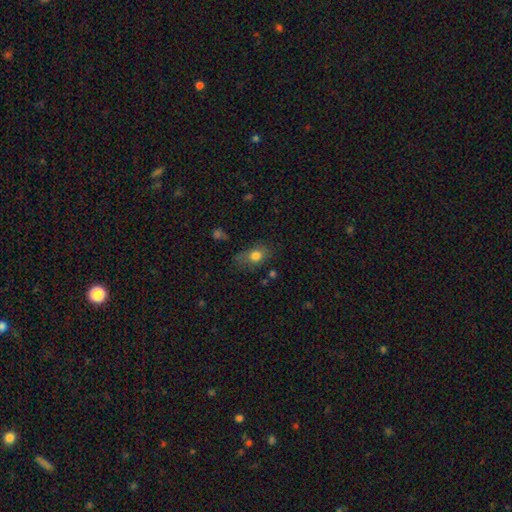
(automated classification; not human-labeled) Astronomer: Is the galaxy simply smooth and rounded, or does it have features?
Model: smooth — 78%.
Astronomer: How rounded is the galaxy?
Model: in between — 74%.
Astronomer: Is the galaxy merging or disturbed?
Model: none — 62%.